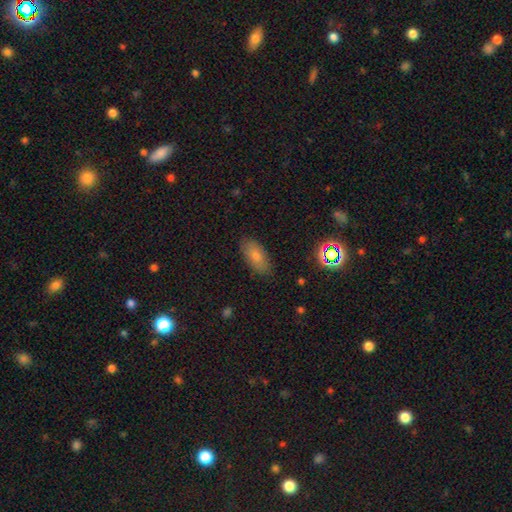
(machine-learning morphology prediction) This is likely a smooth galaxy (70%). How rounded: clearly in between (86%). Merging: clearly none (85%).